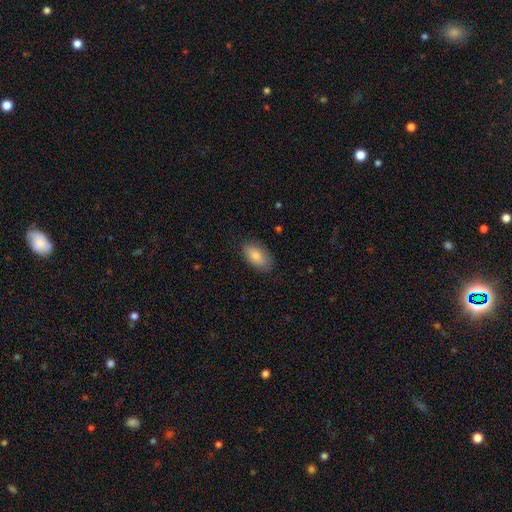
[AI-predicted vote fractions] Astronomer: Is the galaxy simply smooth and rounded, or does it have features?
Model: smooth — 82%.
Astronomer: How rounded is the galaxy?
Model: in between — 93%.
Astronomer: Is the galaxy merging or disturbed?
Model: none — 83%.